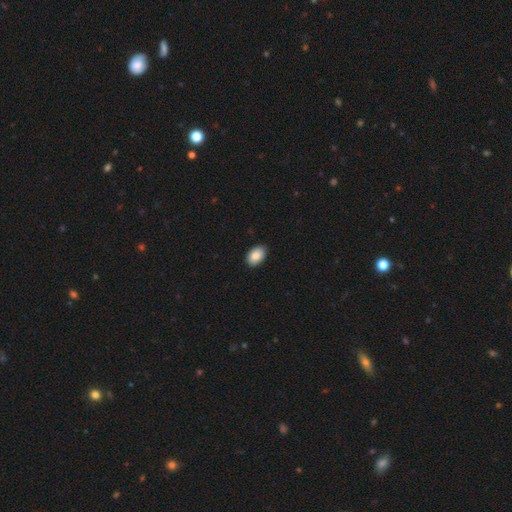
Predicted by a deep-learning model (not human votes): Smooth or featured? smooth (86%)
How rounded? in between (90%)
Merging? none (90%)